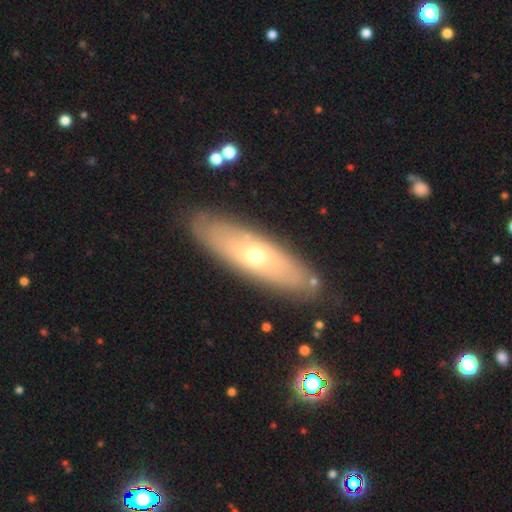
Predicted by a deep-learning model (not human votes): Morphology: type=smooth (49%); merging=none (83%).